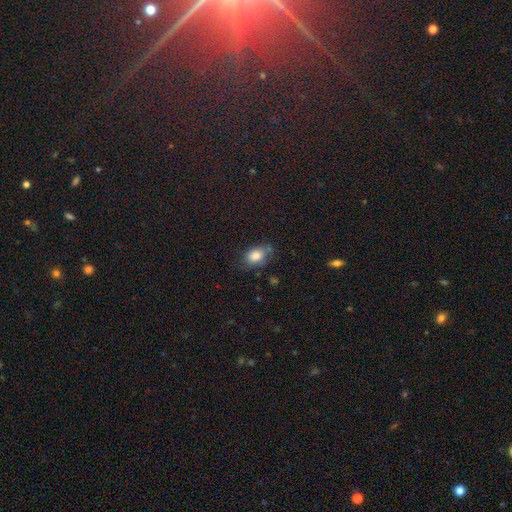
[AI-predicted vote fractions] Smooth or featured? Predicted: smooth (p=0.83). How rounded? Predicted: in between (p=0.78). Merging? Predicted: none (p=0.62).